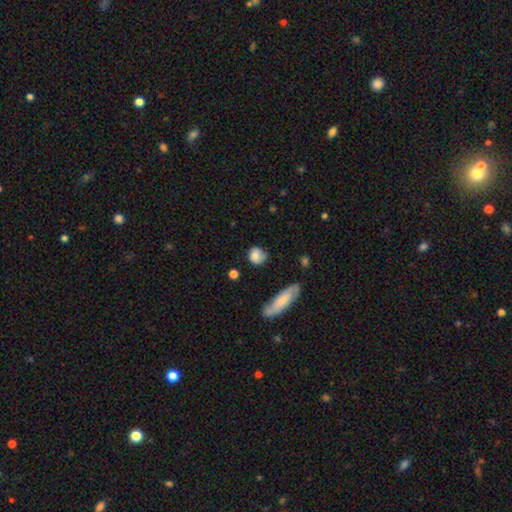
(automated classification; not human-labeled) Smooth or featured?
  - smooth: 78% *
  - featured or disk: 15%
  - star or artifact: 8%
How rounded?
  - round: 67% *
  - in between: 30%
  - cigar-shaped: 3%
Merging?
  - none: 67% *
  - minor disturbance: 24%
  - major disturbance: 7%
  - merger: 3%